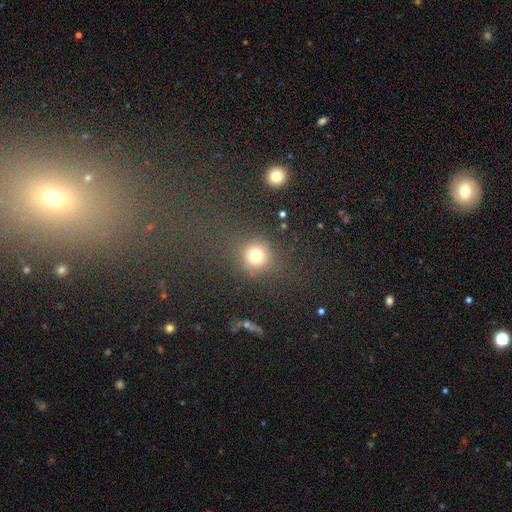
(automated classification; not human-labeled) Smooth or featured? smooth (73%)
How rounded? round (82%)
Merging? none (70%)